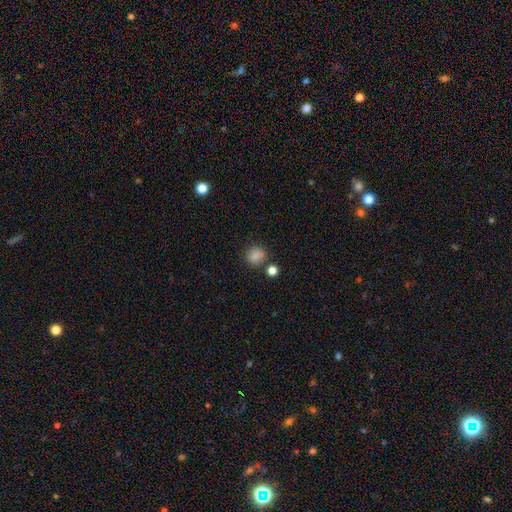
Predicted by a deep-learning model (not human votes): This appears to be a smooth galaxy with no disk features (84%) that is round (80%). Merging: none (76%).